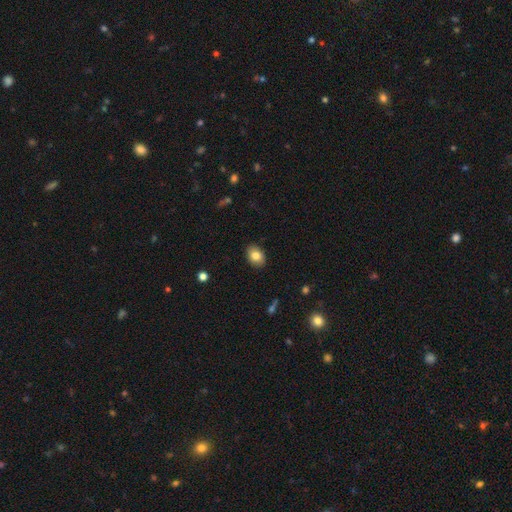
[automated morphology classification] Smooth or featured?
  - smooth: 82% *
  - featured or disk: 9%
  - star or artifact: 8%
How rounded?
  - in between: 76% *
  - round: 23%
  - cigar-shaped: 1%
Merging?
  - none: 89% *
  - minor disturbance: 8%
  - major disturbance: 2%
  - merger: 1%